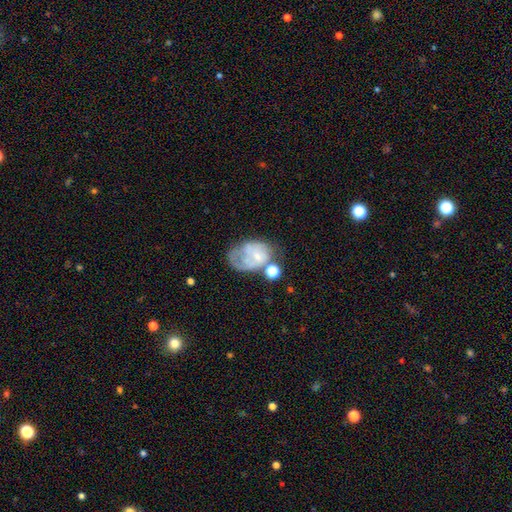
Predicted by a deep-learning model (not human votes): Q: Smooth or featured?
A: featured or disk (50%); runner-up: smooth (39%)
Q: Merging?
A: major disturbance (29%); runner-up: none (27%)